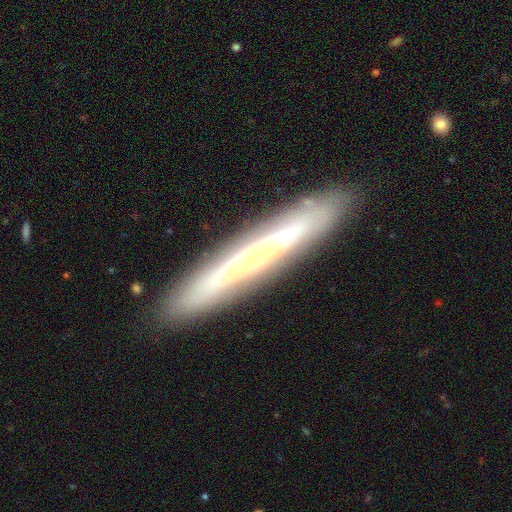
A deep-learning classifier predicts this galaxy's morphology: A featured or disk galaxy (67%) viewed edge-on (74%). Merging: none (87%).